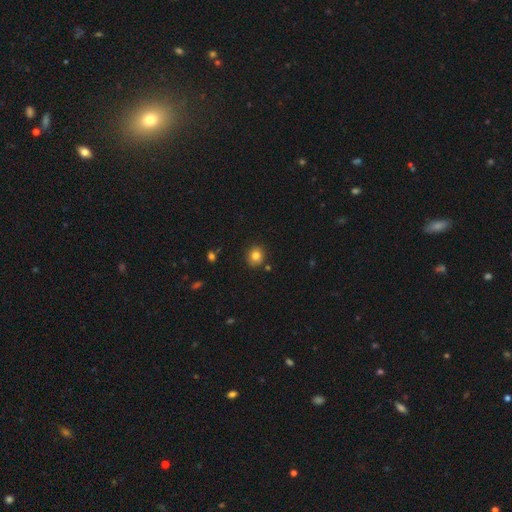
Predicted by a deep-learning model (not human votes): Smooth or featured? Predicted: smooth (p=0.81). How rounded? Predicted: round (p=0.84). Merging? Predicted: none (p=0.85).